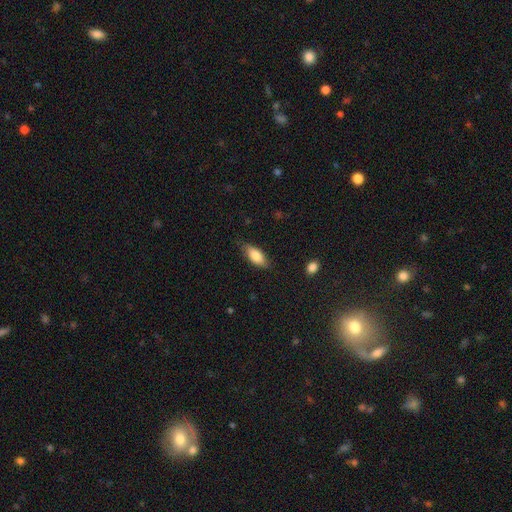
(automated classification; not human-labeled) The model was most divided on "merging": none: 77%, minor disturbance: 18%, major disturbance: 3%, merger: 1%. More confident: how rounded — in between (82%); smooth or featured — smooth (81%).